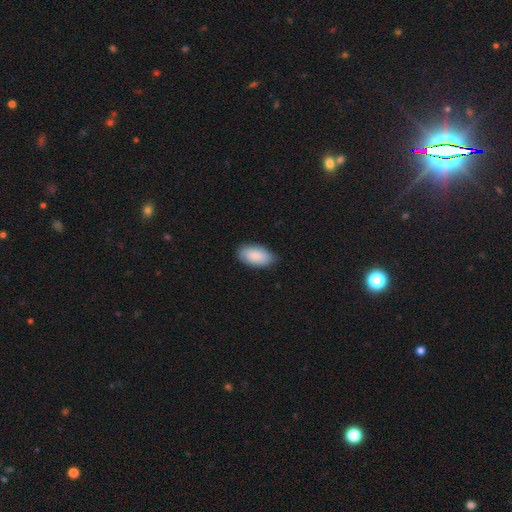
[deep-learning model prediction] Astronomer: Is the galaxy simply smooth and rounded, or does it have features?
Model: smooth — 88%.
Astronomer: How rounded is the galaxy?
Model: in between — 95%.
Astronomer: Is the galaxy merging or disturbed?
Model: none — 82%.